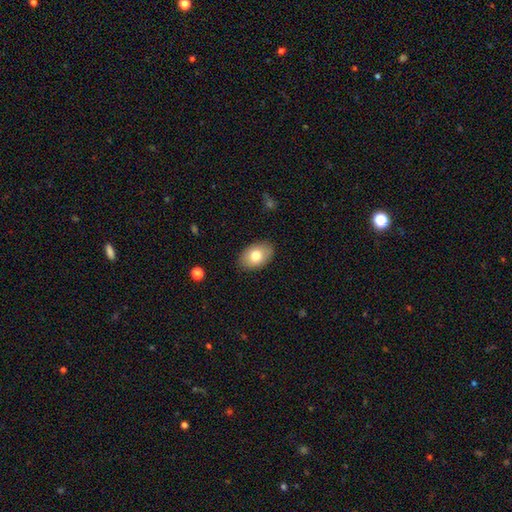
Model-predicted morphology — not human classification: smooth_or_featured: smooth (p=0.77) [alt: featured or disk p=0.16]
how_rounded: in between (p=0.89) [alt: round p=0.10]
merging: none (p=0.87) [alt: minor disturbance p=0.10]